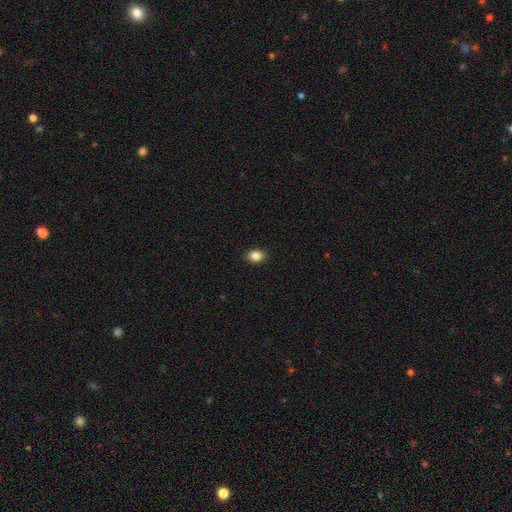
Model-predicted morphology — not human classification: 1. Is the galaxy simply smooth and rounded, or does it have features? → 86% smooth, 9% star or artifact, 5% featured or disk.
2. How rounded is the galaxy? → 70% in between, 28% round, 1% cigar-shaped.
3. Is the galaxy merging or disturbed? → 89% none, 8% minor disturbance, 2% major disturbance, 1% merger.